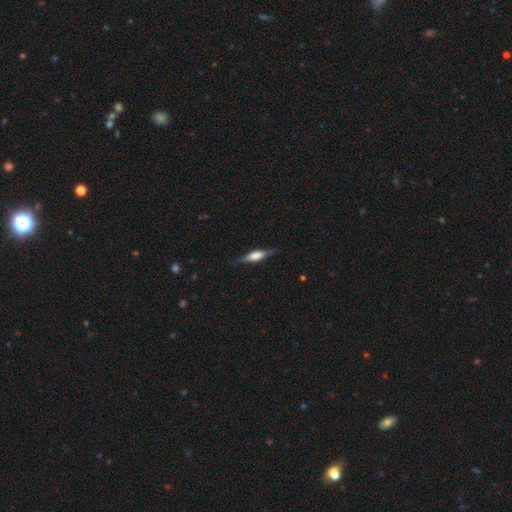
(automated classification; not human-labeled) Smooth or featured?
  - featured or disk: 55% *
  - smooth: 38%
  - star or artifact: 7%
Edge-on disk?
  - yes: 95% *
  - no: 5%
Edge-on bulge?
  - rounded: 60% *
  - boxy: 34%
  - none: 6%
Merging?
  - none: 83% *
  - minor disturbance: 13%
  - major disturbance: 3%
  - merger: 1%